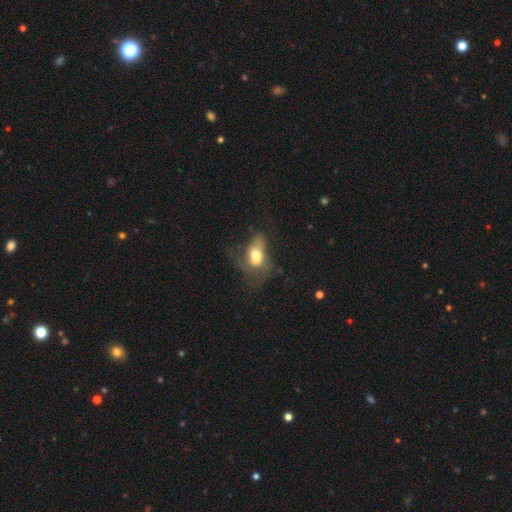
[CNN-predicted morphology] Q: Smooth or featured?
A: smooth (68%); runner-up: featured or disk (23%)
Q: How rounded?
A: in between (85%); runner-up: round (11%)
Q: Merging?
A: major disturbance (41%); runner-up: none (29%)